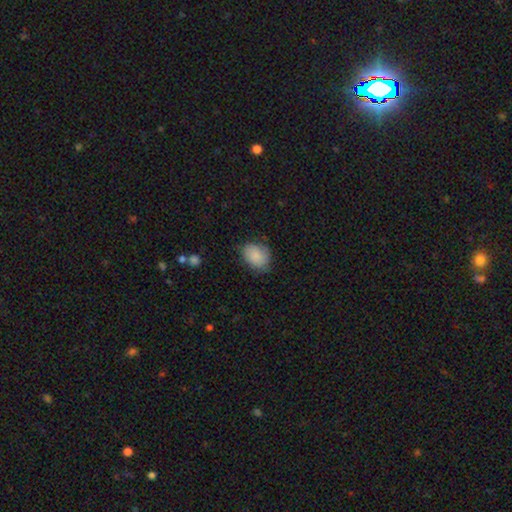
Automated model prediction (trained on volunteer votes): smooth 83%, featured or disk 9%, star or artifact 7%. Down the decision tree: how rounded — in between (63%); merging — none (66%).